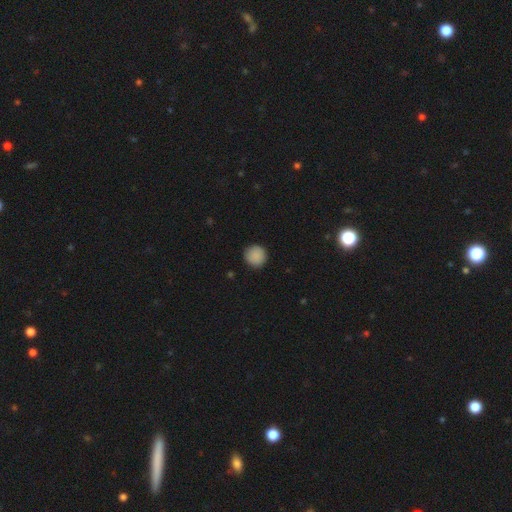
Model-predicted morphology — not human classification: Q: Smooth or featured?
A: smooth (89%); runner-up: star or artifact (8%)
Q: How rounded?
A: round (94%); runner-up: in between (5%)
Q: Merging?
A: none (90%); runner-up: minor disturbance (7%)